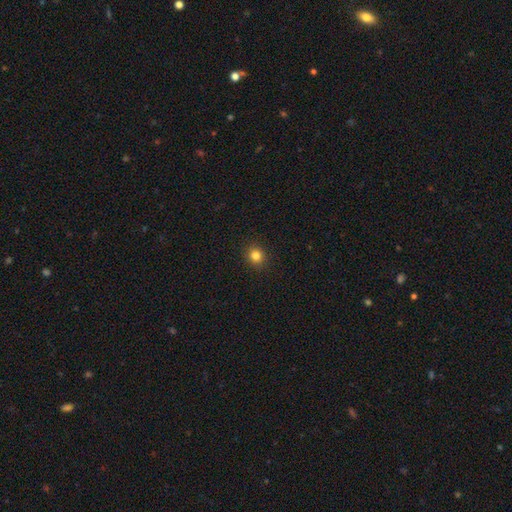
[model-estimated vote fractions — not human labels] Smooth or featured? Predicted: smooth (p=0.83). How rounded? Predicted: round (p=0.84). Merging? Predicted: none (p=0.91).